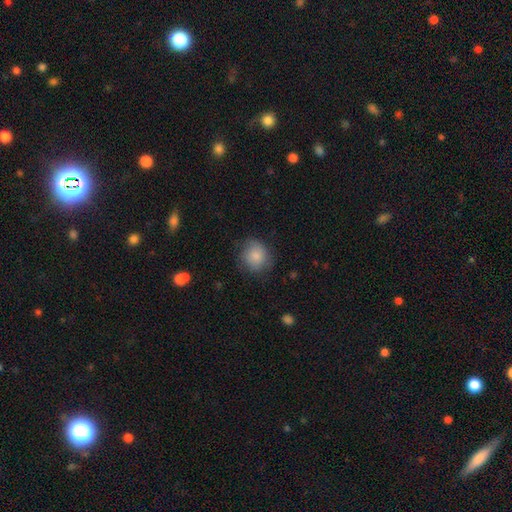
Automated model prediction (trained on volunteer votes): The model was most divided on "merging": none: 73%, minor disturbance: 20%, major disturbance: 6%, merger: 1%. More confident: smooth or featured — smooth (84%); how rounded — round (81%).